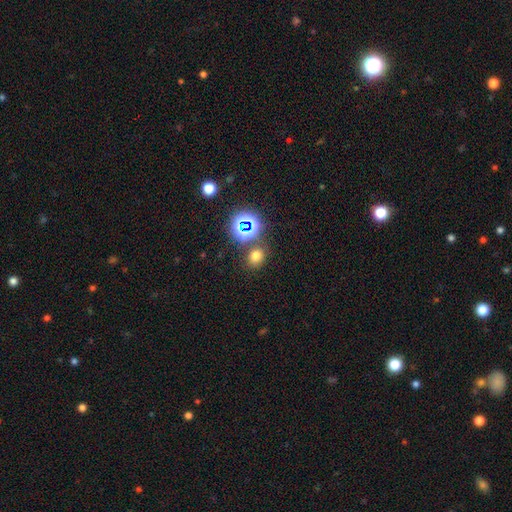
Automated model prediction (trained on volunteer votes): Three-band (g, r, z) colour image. It shows a smooth galaxy with no disk features (67%) that is round (59%). Merging: none (77%).